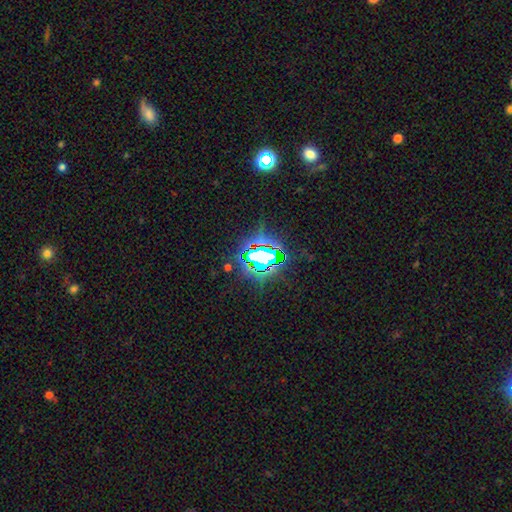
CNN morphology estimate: Overall: star or artifact (76%).